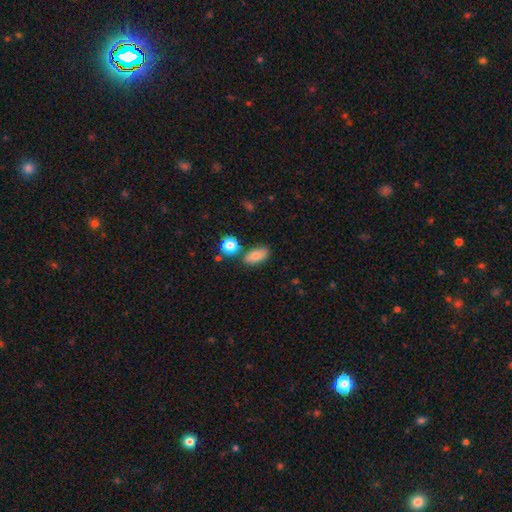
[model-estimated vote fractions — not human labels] Smooth or featured? Predicted: smooth (p=0.79). How rounded? Predicted: in between (p=0.87). Merging? Predicted: none (p=0.73).